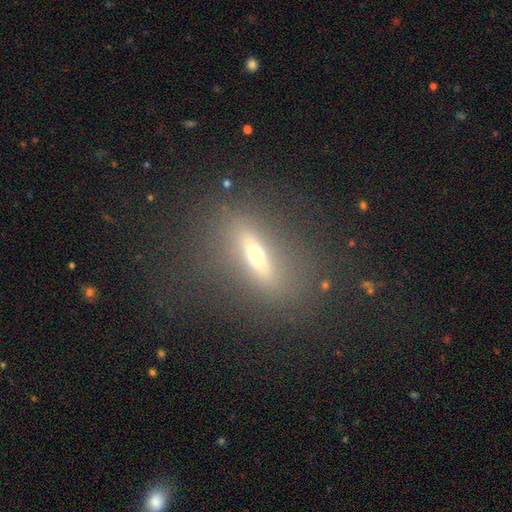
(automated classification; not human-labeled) This appears to be a featured or disk galaxy (52%) viewed edge-on (67%). Merging: none (77%).